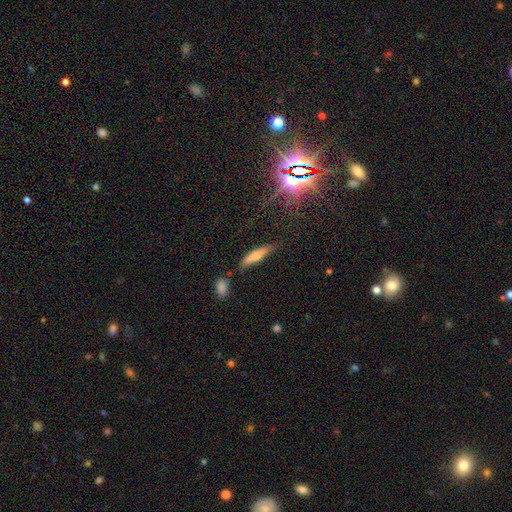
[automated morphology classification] Q: Smooth or featured?
A: smooth (59%); runner-up: featured or disk (30%)
Q: How rounded?
A: cigar-shaped (80%); runner-up: in between (18%)
Q: Merging?
A: none (73%); runner-up: minor disturbance (17%)